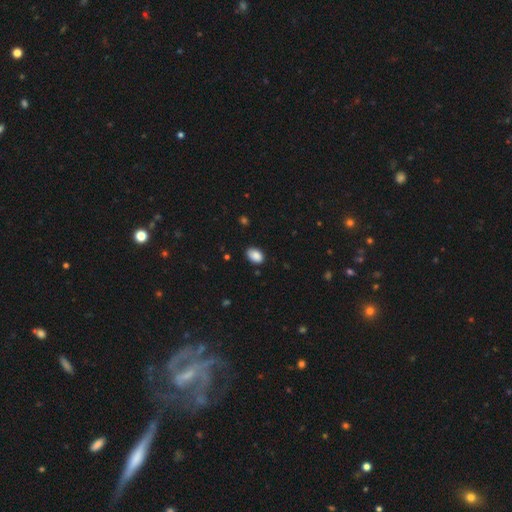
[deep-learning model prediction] A smooth galaxy with no disk features (88%) that is in between round and cigar-shaped (87%).

Vote fractions:
- Smooth or featured? smooth: 88% / star or artifact: 8% / featured or disk: 4%
- How rounded? in between: 87% / round: 12% / cigar-shaped: 1%
- Merging? none: 83% / minor disturbance: 14% / major disturbance: 2% / merger: 1%